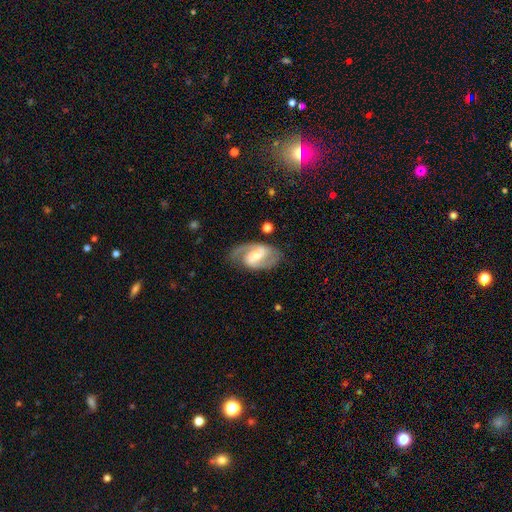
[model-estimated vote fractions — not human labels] Overall: featured or disk (87%). Edge-on disk: no (97%). Bar: weak (46%; strong 38%). Spiral arms: yes (96%). Spiral arm count: 2 (90%). Spiral winding: medium (57%; tight 24%). Bulge size: moderate (51%; small 39%). Merging: none (79%).